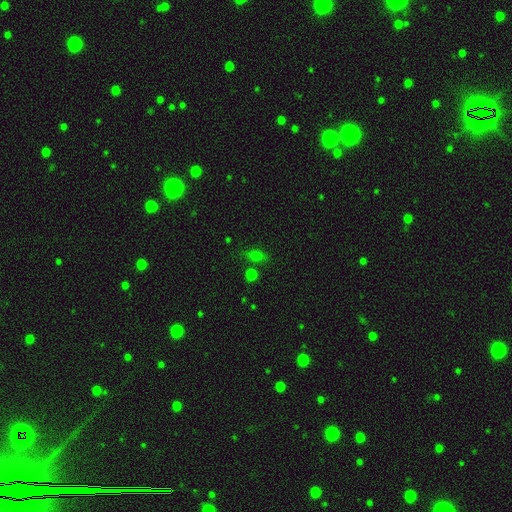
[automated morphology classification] smooth-or-featured: smooth: 63% | star or artifact: 25% | featured or disk: 12%
  how-rounded: in between: 60% | round: 29% | cigar-shaped: 10%
  merging: none: 72% | minor disturbance: 14% | merger: 8% | major disturbance: 5%